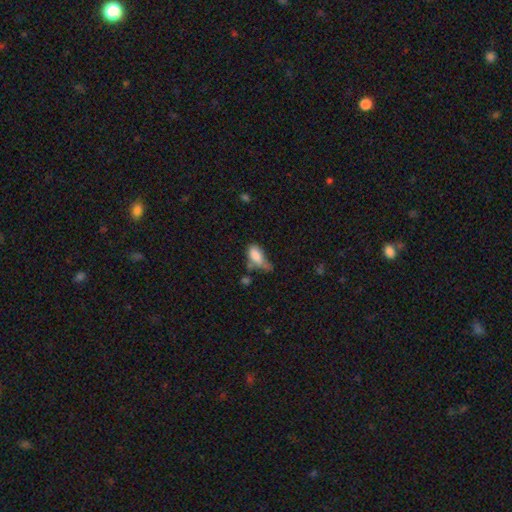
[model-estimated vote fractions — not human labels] Q: Smooth or featured?
A: smooth (78%); runner-up: featured or disk (13%)
Q: How rounded?
A: in between (88%); runner-up: cigar-shaped (8%)
Q: Merging?
A: minor disturbance (34%); runner-up: major disturbance (28%)